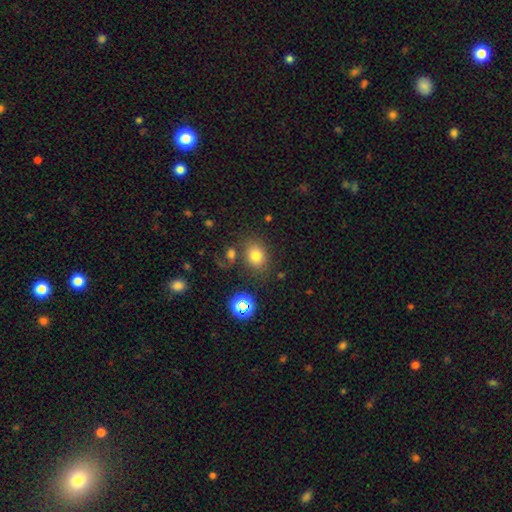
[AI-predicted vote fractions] A smooth galaxy with no disk features (74%) that is round (50%). Merging: none (72%).